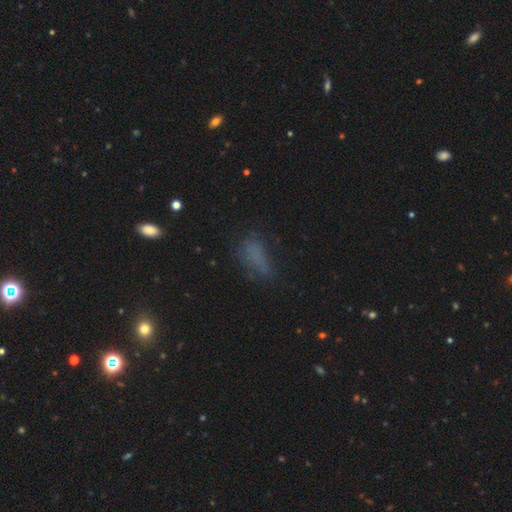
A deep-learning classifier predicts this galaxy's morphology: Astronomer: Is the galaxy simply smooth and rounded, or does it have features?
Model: smooth — 64%.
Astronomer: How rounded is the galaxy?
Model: in between — 67%.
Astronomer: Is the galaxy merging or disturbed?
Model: none — 48% (runner-up: minor disturbance, 26%).